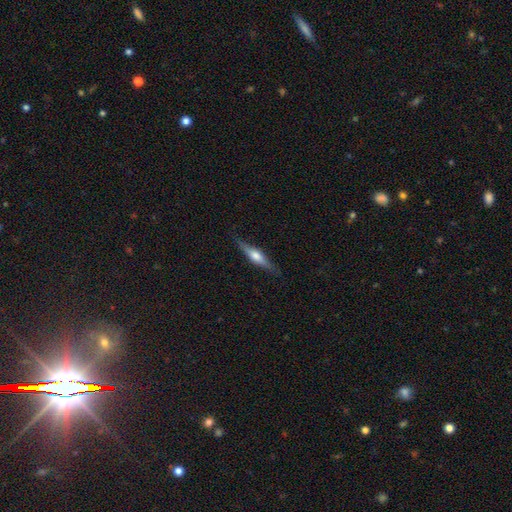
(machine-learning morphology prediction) smooth-or-featured: featured or disk: 62% | smooth: 33% | star or artifact: 6%
  disk-edge-on: yes: 96% | no: 4%
    edge-on-bulge: rounded: 87% | boxy: 9% | none: 5%
  merging: none: 86% | minor disturbance: 11% | major disturbance: 2% | merger: 1%